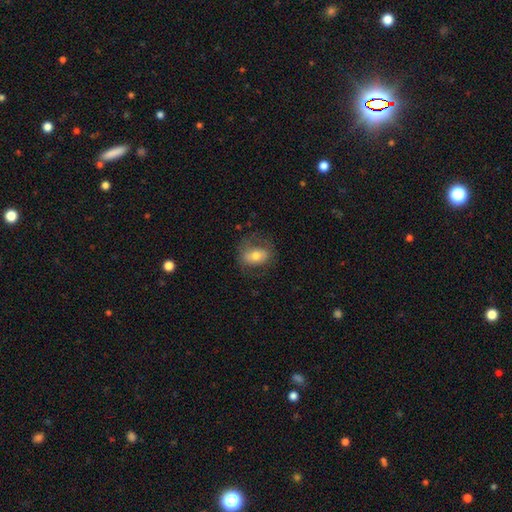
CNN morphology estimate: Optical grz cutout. It shows a smooth galaxy with no disk features (60%) that is in between round and cigar-shaped (66%). Merging: none (66%).